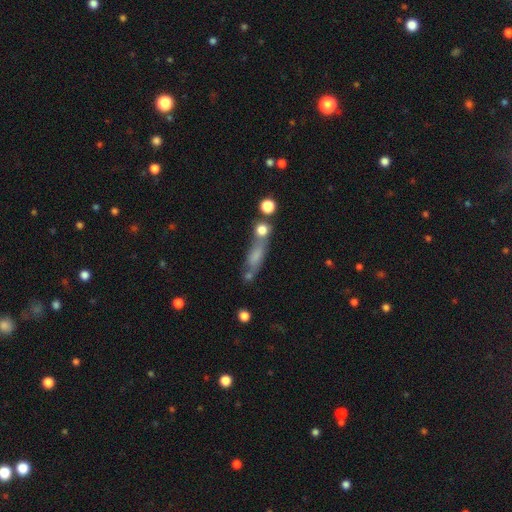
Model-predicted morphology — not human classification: smooth_or_featured: smooth (p=0.65) [alt: featured or disk p=0.23]
how_rounded: cigar-shaped (p=0.53) [alt: in between p=0.38]
merging: none (p=0.47) [alt: merger p=0.27]